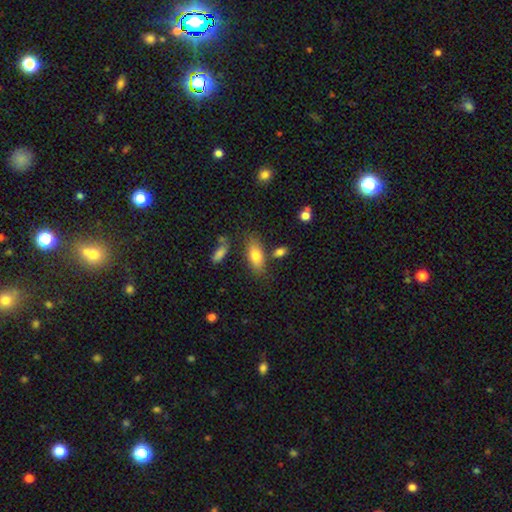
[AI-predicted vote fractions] Smooth or featured? smooth (77%)
How rounded? in between (85%)
Merging? none (72%)